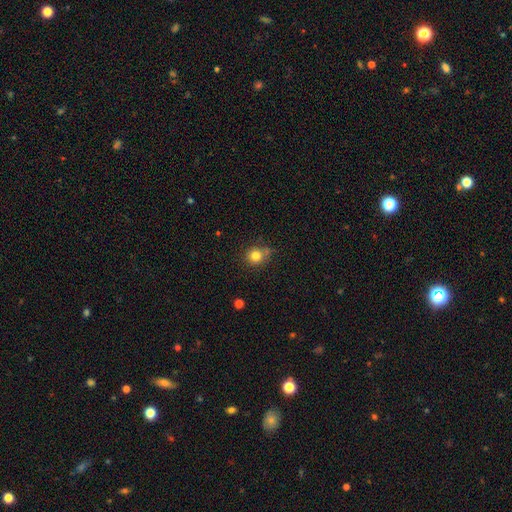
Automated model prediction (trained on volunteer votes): smooth_or_featured: smooth (p=0.81) [alt: star or artifact p=0.12]
how_rounded: round (p=0.87) [alt: in between p=0.12]
merging: none (p=0.73) [alt: minor disturbance p=0.15]